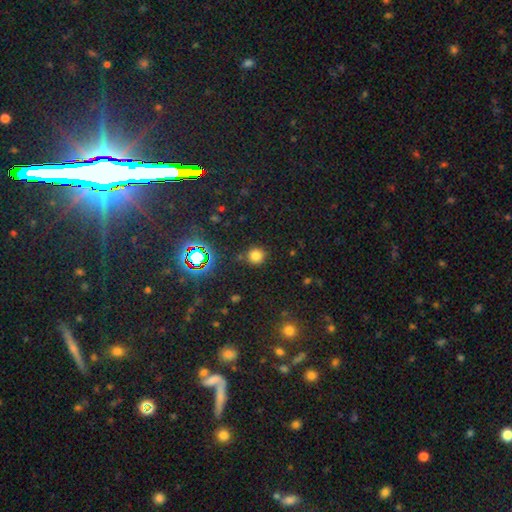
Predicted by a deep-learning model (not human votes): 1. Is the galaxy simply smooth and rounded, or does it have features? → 74% smooth, 20% star or artifact, 6% featured or disk.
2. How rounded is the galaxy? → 92% round, 7% in between, 1% cigar-shaped.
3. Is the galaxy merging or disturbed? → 83% none, 9% minor disturbance, 4% merger, 3% major disturbance.